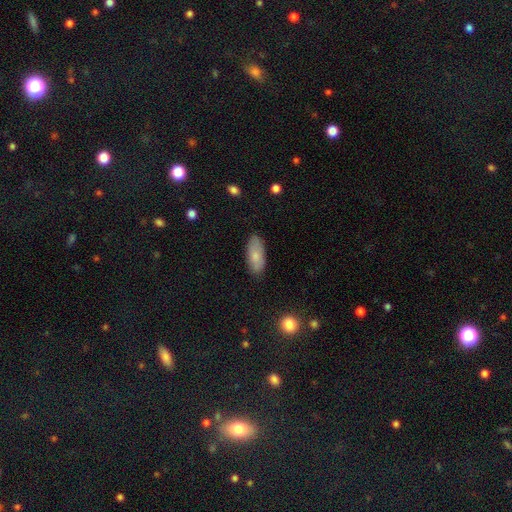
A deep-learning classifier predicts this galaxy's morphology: The model was most divided on "smooth or featured": smooth: 79%, featured or disk: 15%, star or artifact: 6%. More confident: how rounded — in between (86%); merging — none (84%).